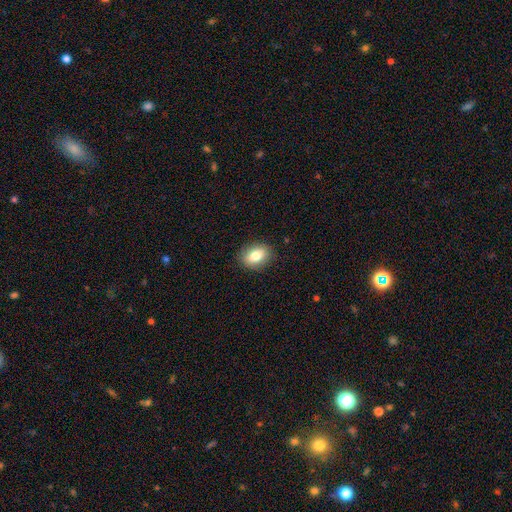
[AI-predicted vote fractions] Morphology: type=smooth (80%); roundness=in between (74%); merging=none (87%).